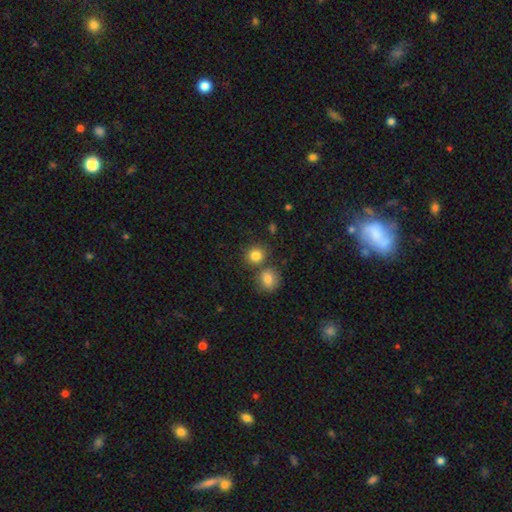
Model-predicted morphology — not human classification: Smooth or featured: smooth — 83% (star or artifact — 11%)
How rounded: round — 85% (in between — 14%)
Merging: none — 66% (merger — 23%)